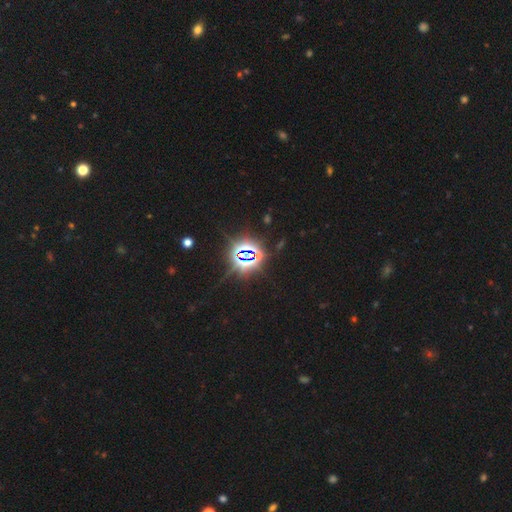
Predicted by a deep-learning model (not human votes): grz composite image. It shows a star or artifact, not a galaxy (82%).